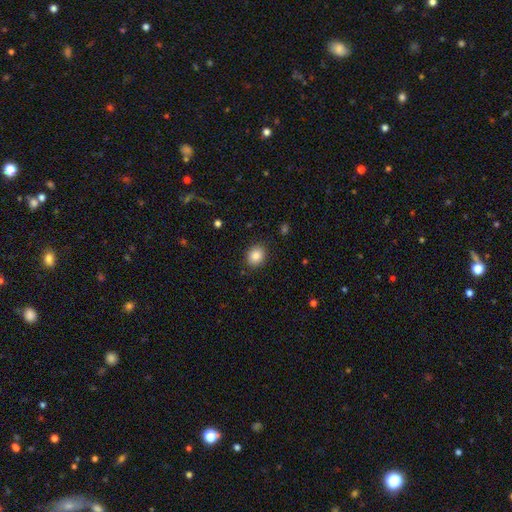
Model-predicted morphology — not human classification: This appears to be a smooth galaxy with no disk features (86%) that is round (59%). Merging: none (88%).